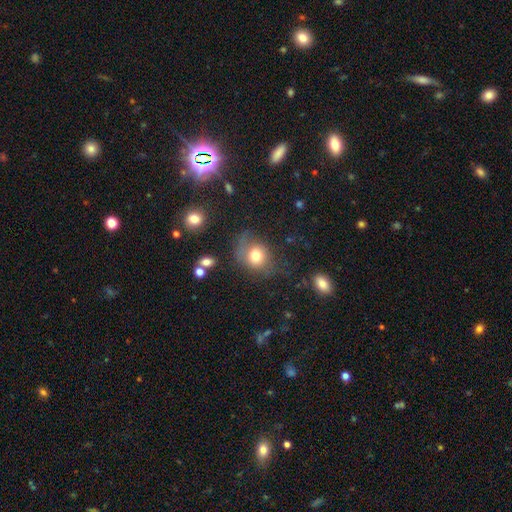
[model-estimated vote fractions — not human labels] The model was most divided on "merging": none: 49%, minor disturbance: 26%, major disturbance: 21%, merger: 4%. More confident: smooth or featured — smooth (73%); how rounded — round (64%).